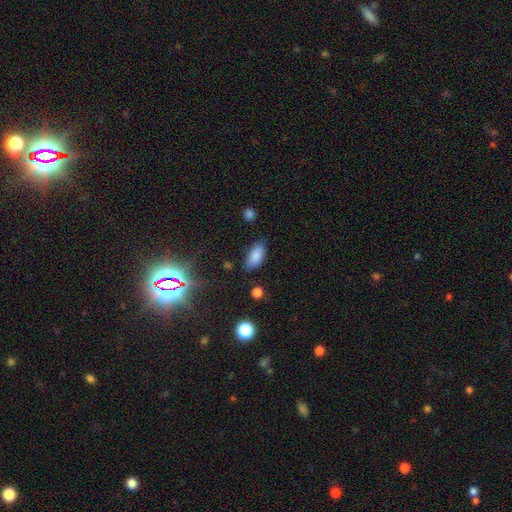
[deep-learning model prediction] Smooth or featured? smooth (84%)
How rounded? in between (89%)
Merging? none (73%)